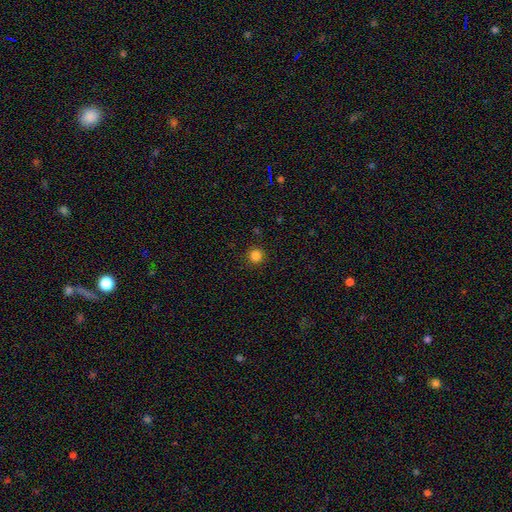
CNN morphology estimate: smooth-or-featured: smooth: 84% | star or artifact: 13% | featured or disk: 3%
  how-rounded: round: 95% | in between: 4% | cigar-shaped: 1%
  merging: none: 91% | minor disturbance: 6% | major disturbance: 2% | merger: 1%